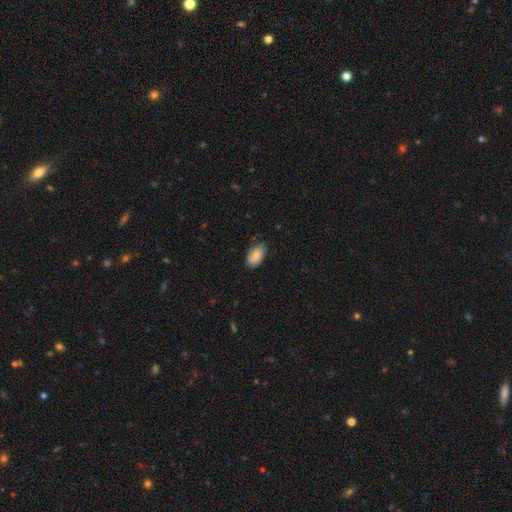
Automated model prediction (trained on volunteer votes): Smooth or featured?
  - smooth: 78% *
  - featured or disk: 16%
  - star or artifact: 6%
How rounded?
  - in between: 94% *
  - round: 4%
  - cigar-shaped: 2%
Merging?
  - none: 74% *
  - minor disturbance: 22%
  - major disturbance: 3%
  - merger: 1%